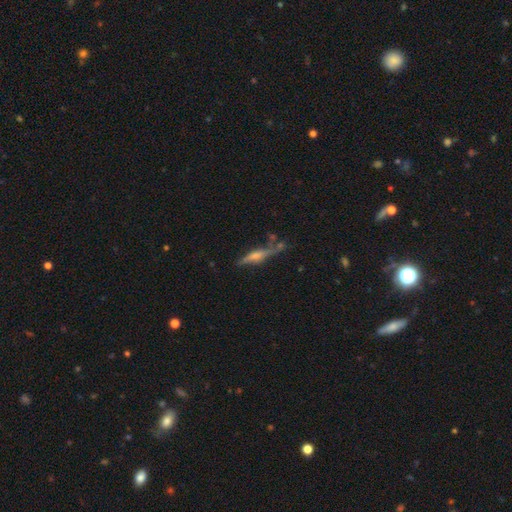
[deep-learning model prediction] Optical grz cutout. It shows a featured or disk galaxy (66%) viewed edge-on (91%) with a rounded central bulge (67%). Merging: none (62%).